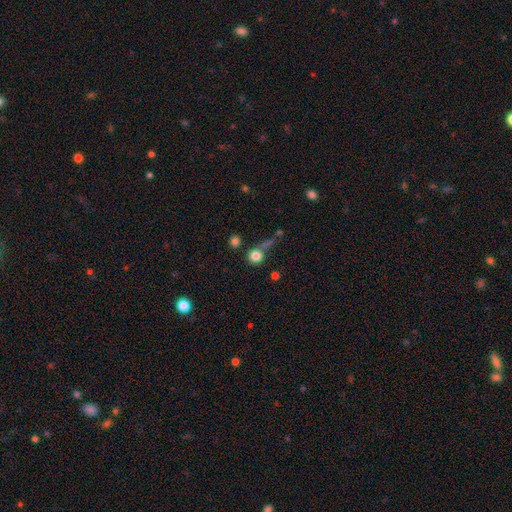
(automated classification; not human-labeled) smooth_or_featured: smooth (p=0.81) [alt: star or artifact p=0.12]
how_rounded: round (p=0.92) [alt: in between p=0.07]
merging: none (p=0.61) [alt: merger p=0.17]